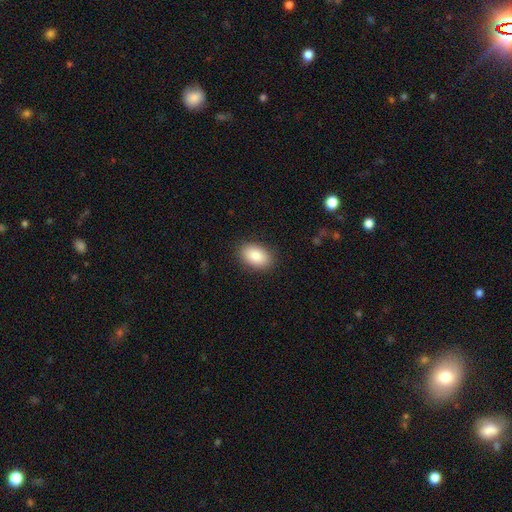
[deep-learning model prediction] A smooth galaxy with no disk features (88%) that is in between round and cigar-shaped (90%).

Vote fractions:
- Smooth or featured? smooth: 88% / star or artifact: 7% / featured or disk: 5%
- How rounded? in between: 90% / round: 9% / cigar-shaped: 1%
- Merging? none: 88% / minor disturbance: 9% / major disturbance: 2% / merger: 1%